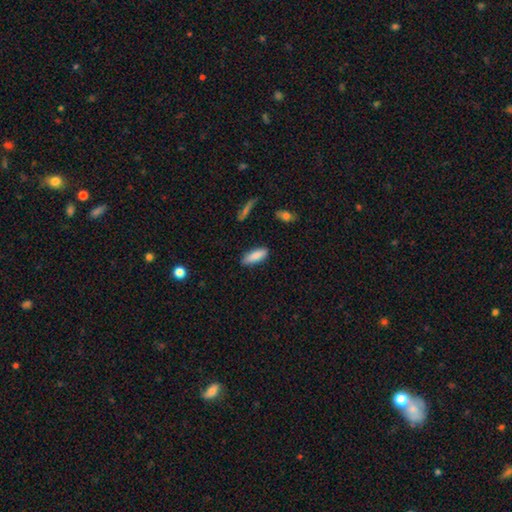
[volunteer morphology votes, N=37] type=smooth (86%); roundness=in between (56%); merging=none (80%).